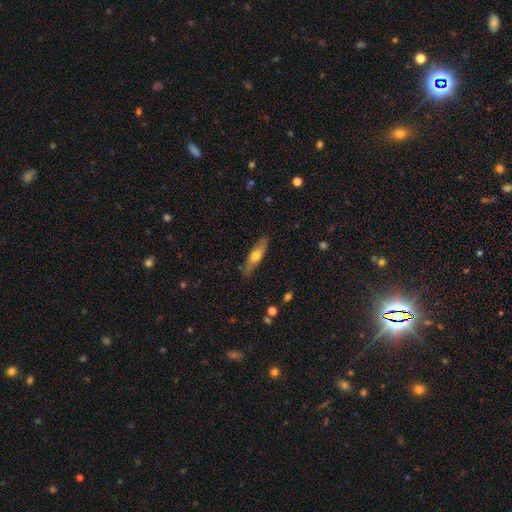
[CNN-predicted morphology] Smooth or featured? Predicted: smooth (p=0.57). How rounded? Predicted: cigar-shaped (p=0.61). Merging? Predicted: none (p=0.84).